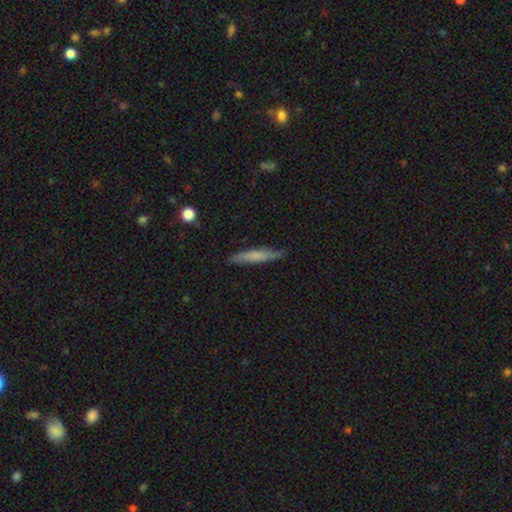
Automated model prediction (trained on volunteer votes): Morphology: type=smooth (65%); roundness=cigar-shaped (91%); merging=none (83%).